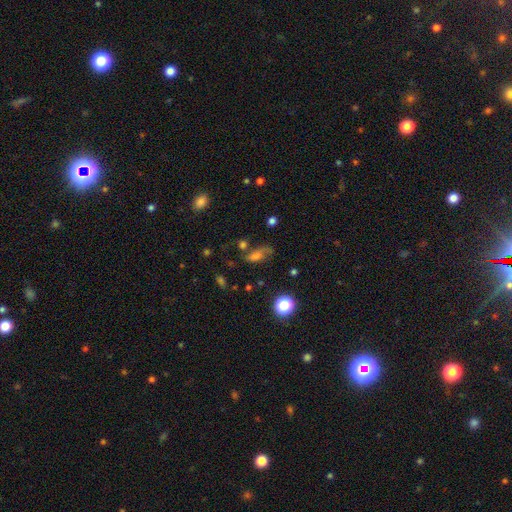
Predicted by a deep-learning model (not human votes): A smooth galaxy with no disk features (60%) that is in between round and cigar-shaped (72%).

Vote fractions:
- Smooth or featured? smooth: 60% / star or artifact: 22% / featured or disk: 18%
- How rounded? in between: 72% / cigar-shaped: 14% / round: 13%
- Merging? none: 46% / minor disturbance: 25% / major disturbance: 18% / merger: 11%